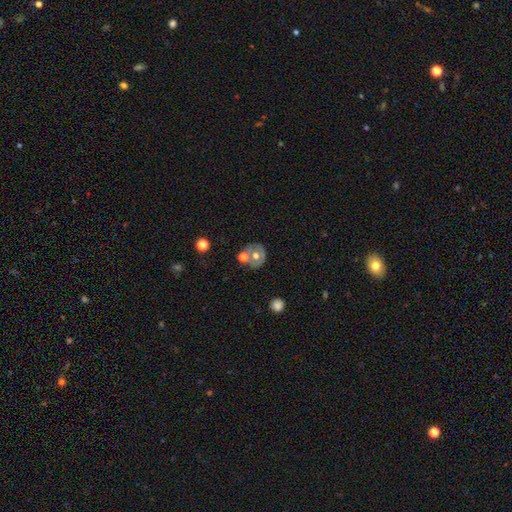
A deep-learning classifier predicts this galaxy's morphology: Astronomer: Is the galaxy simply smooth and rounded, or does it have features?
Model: smooth — 51% (runner-up: featured or disk, 39%).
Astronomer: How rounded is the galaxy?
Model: round — 81%.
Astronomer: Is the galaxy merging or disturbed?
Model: none — 57%.